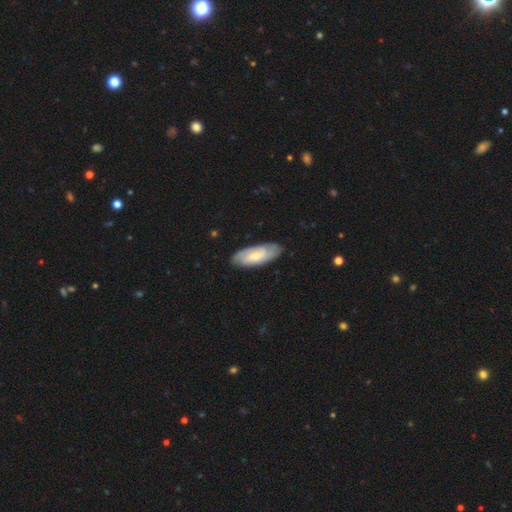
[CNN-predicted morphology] type=featured or disk (60%); edge-on=no (89%); bar=no (57%); spiral arms=yes (88%); bulge=small (57%); merging=none (83%).